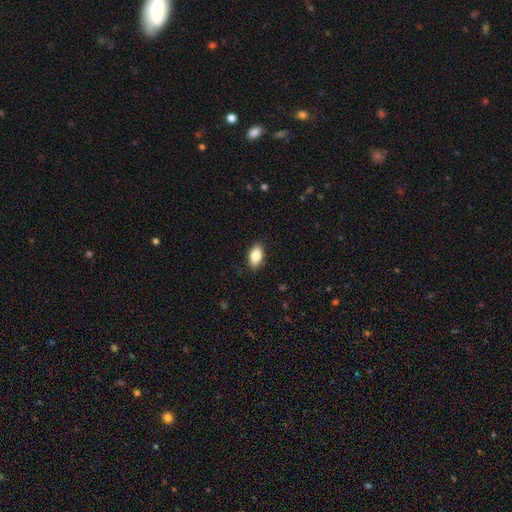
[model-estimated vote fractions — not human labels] Smooth or featured? smooth (84%)
How rounded? in between (91%)
Merging? none (88%)